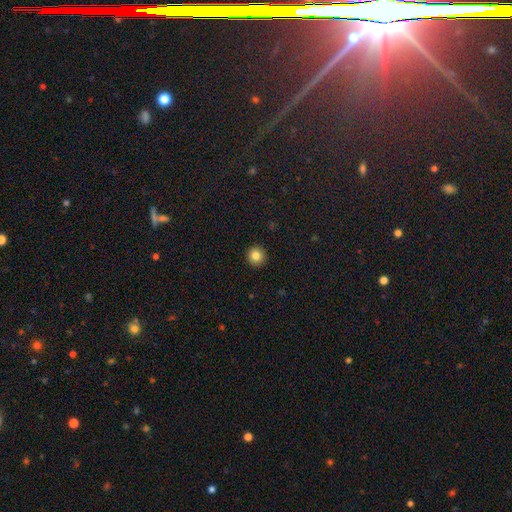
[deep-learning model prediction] The model was most divided on "smooth or featured": smooth: 84%, star or artifact: 11%, featured or disk: 6%. More confident: how rounded — round (95%); merging — none (93%).